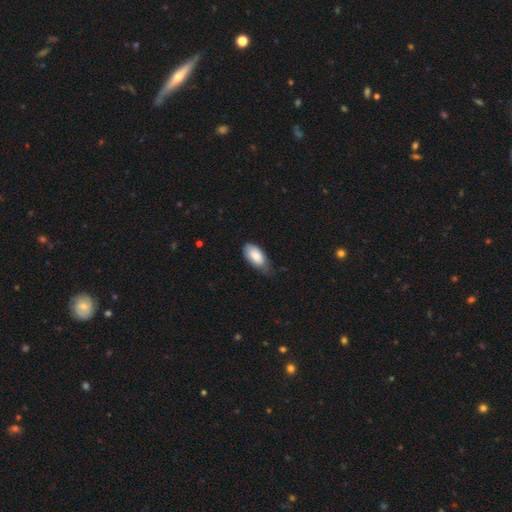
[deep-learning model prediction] Overall: smooth (83%). How rounded: in between (93%). Merging: none (50%; minor disturbance 41%).